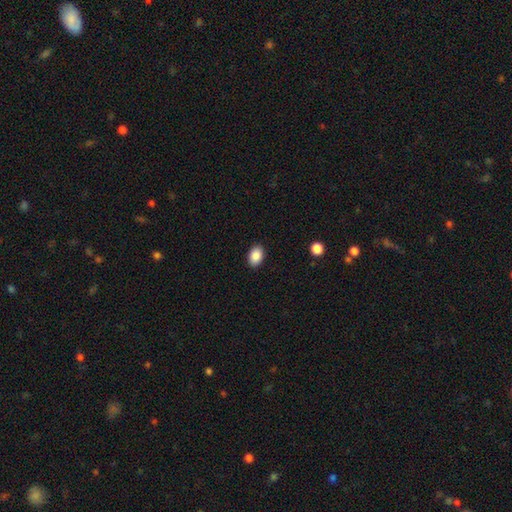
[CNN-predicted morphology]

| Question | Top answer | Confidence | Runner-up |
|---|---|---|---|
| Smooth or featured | smooth | 89% | star or artifact (8%) |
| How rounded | in between | 84% | round (15%) |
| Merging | none | 90% | minor disturbance (7%) |